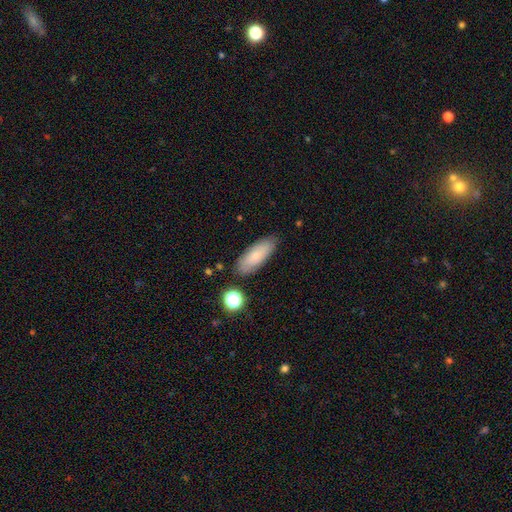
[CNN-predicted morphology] smooth 73%, featured or disk 19%, star or artifact 8%. Down the decision tree: how rounded — in between (72%); merging — none (81%).